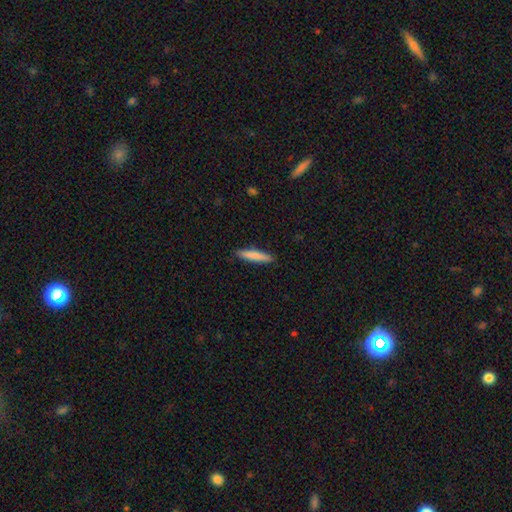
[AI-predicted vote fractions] Smooth or featured?
  - smooth: 80% *
  - featured or disk: 14%
  - star or artifact: 6%
How rounded?
  - cigar-shaped: 89% *
  - in between: 10%
  - round: 1%
Merging?
  - none: 90% *
  - minor disturbance: 8%
  - major disturbance: 2%
  - merger: 1%